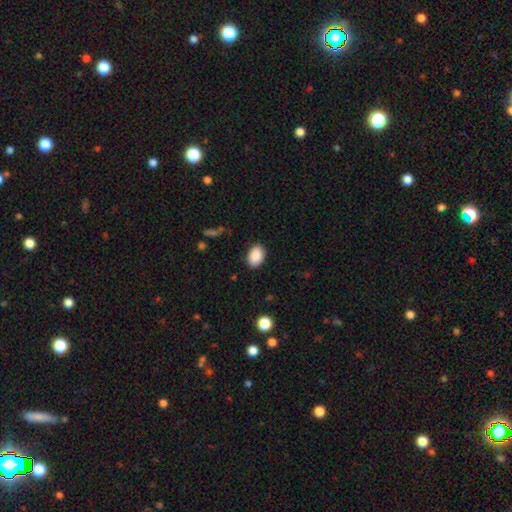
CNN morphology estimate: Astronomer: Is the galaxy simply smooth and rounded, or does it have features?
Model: smooth — 90%.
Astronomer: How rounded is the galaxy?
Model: in between — 83%.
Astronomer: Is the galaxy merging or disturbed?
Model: none — 87%.